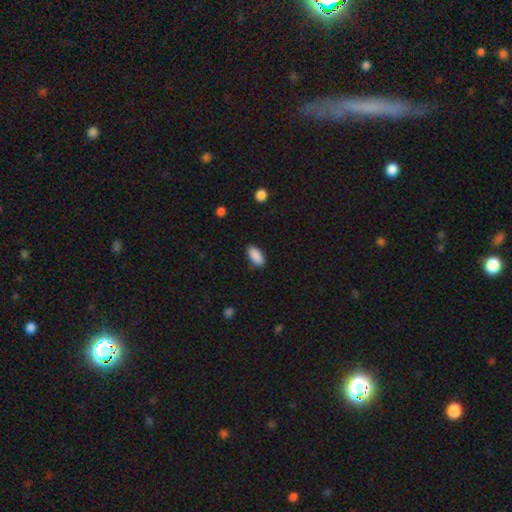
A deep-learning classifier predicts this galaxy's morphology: A smooth galaxy with no disk features (90%) that is in between round and cigar-shaped (91%). Merging: none (86%).